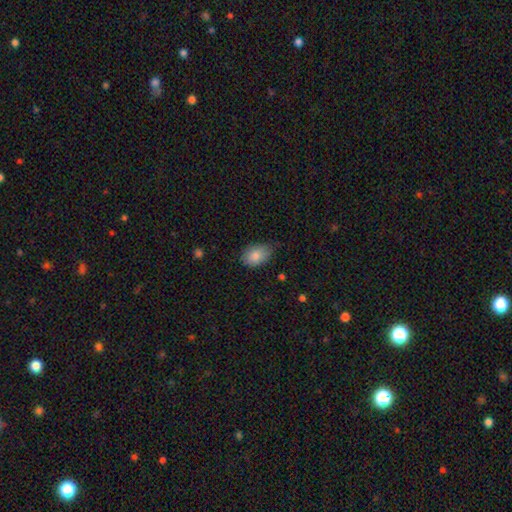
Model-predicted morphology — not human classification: A smooth galaxy with no disk features (86%) that is in between round and cigar-shaped (86%). Merging: none (73%).